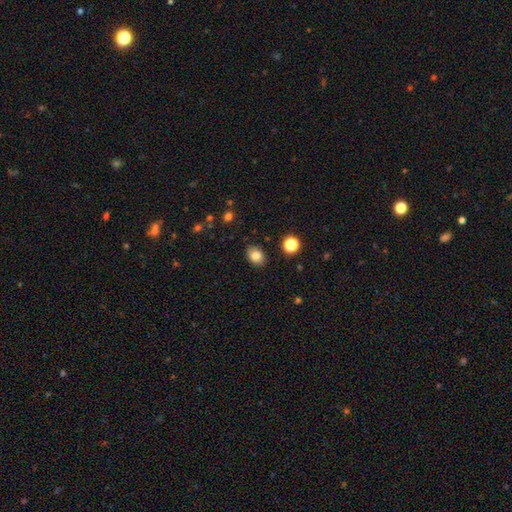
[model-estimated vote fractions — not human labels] smooth 82%, star or artifact 10%, featured or disk 8%. Down the decision tree: how rounded — in between (68%); merging — none (87%).